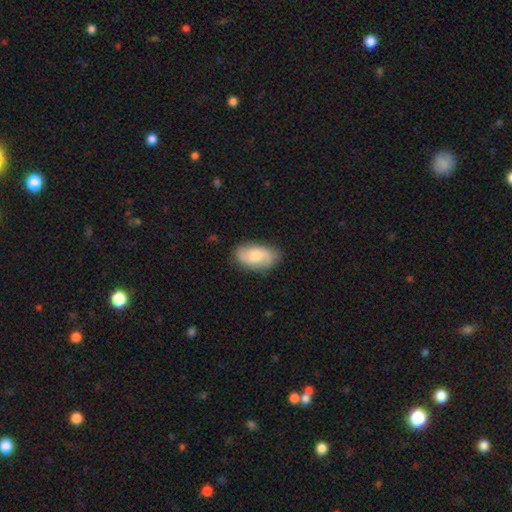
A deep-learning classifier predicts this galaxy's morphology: The model was most divided on "smooth or featured": smooth: 57%, featured or disk: 37%, star or artifact: 7%. More confident: how rounded — in between (93%); merging — none (79%).